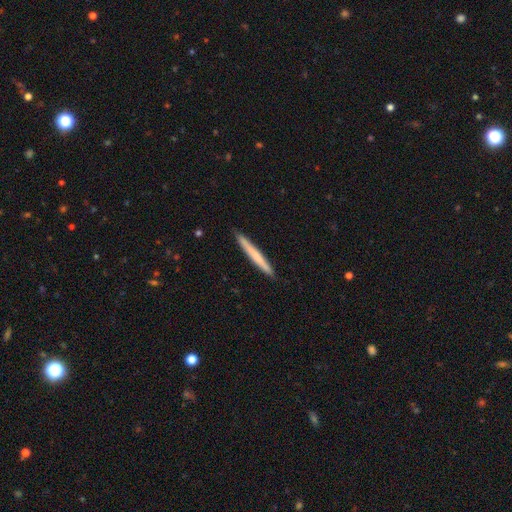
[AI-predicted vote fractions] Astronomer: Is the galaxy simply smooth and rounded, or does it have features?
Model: smooth — 63%.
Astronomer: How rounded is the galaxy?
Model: cigar-shaped — 97%.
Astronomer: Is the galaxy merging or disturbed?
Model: none — 92%.